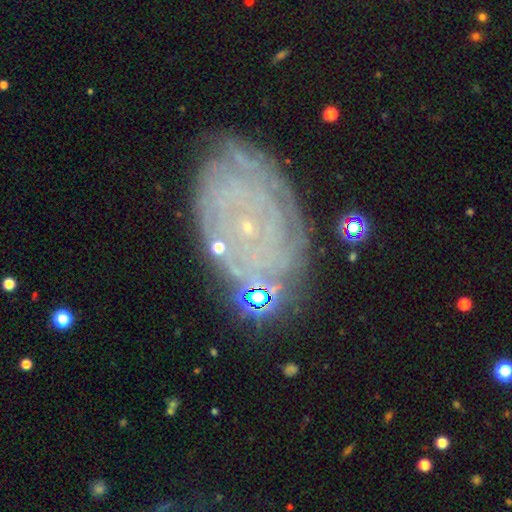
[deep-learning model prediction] Overall: featured or disk (73%). Edge-on disk: no (96%). Bar: no (80%). Spiral arms: yes (87%). Spiral arm count: can't tell (43%; more than 4 14%). Spiral winding: tight (82%). Bulge size: small (83%). Merging: none (72%).